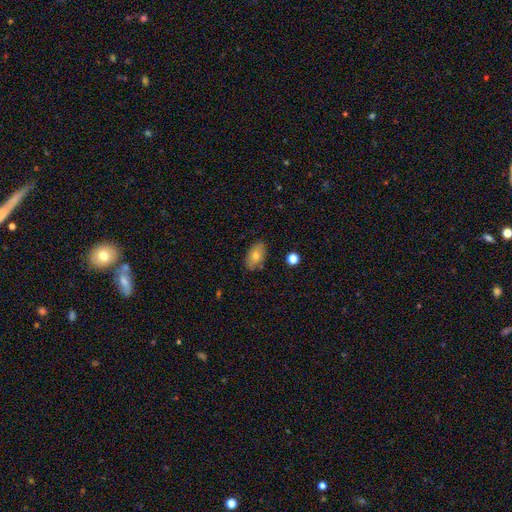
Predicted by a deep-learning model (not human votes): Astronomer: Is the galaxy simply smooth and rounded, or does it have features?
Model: smooth — 72%.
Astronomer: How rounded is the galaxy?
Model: in between — 90%.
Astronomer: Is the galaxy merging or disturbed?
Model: none — 84%.